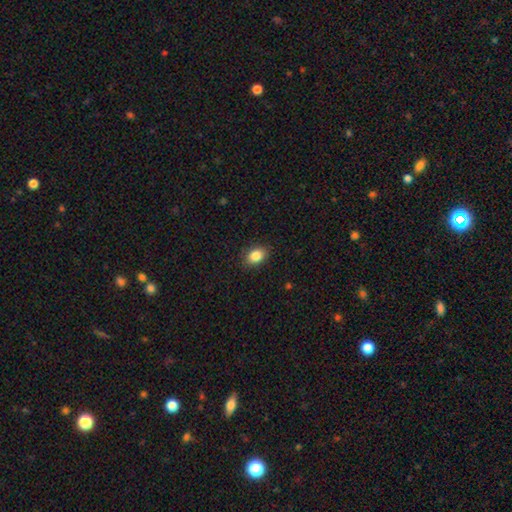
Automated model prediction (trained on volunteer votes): The model was most divided on "how rounded": in between: 75%, round: 23%, cigar-shaped: 1%. More confident: merging — none (87%); smooth or featured — smooth (86%).